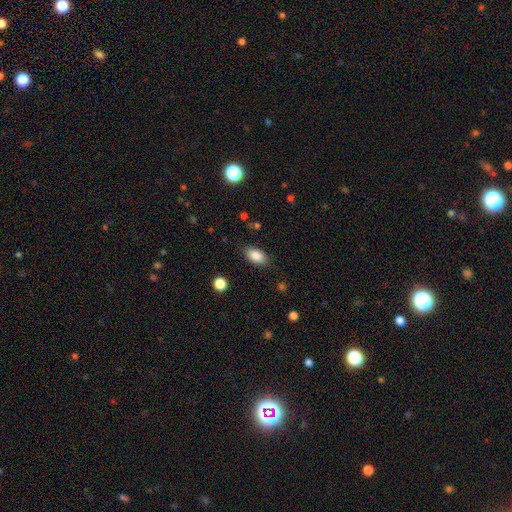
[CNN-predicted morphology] A smooth galaxy with no disk features (87%) that is in between round and cigar-shaped (92%).

Vote fractions:
- Smooth or featured? smooth: 87% / star or artifact: 8% / featured or disk: 5%
- How rounded? in between: 92% / round: 5% / cigar-shaped: 3%
- Merging? none: 85% / minor disturbance: 10% / major disturbance: 3% / merger: 1%